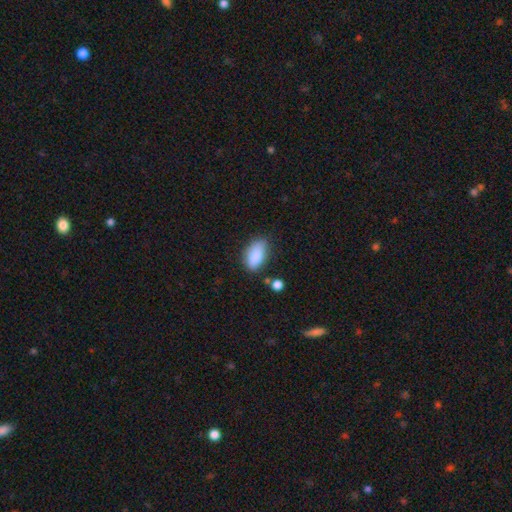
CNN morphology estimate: Overall: smooth (87%). How rounded: in between (91%). Merging: none (71%).